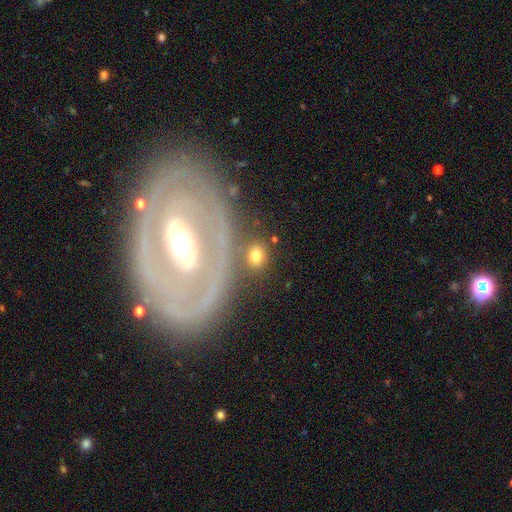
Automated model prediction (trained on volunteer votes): Smooth or featured? smooth (73%)
How rounded? round (56%)
Merging? none (77%)